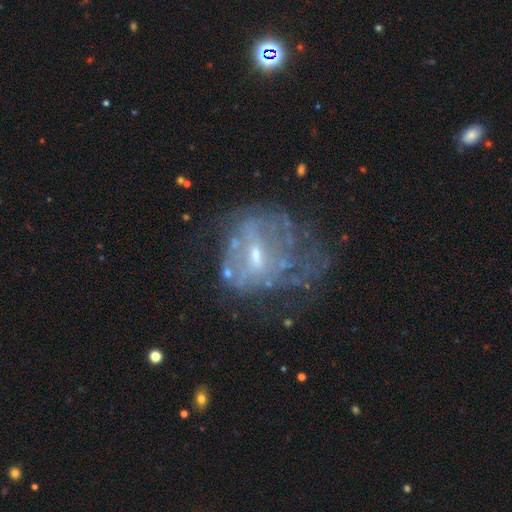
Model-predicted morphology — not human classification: Q: Smooth or featured?
A: featured or disk (68%); runner-up: smooth (18%)
Q: Edge-on disk?
A: no (97%); runner-up: yes (3%)
Q: Bar?
A: no (45%); runner-up: weak (43%)
Q: Spiral arms?
A: no (68%); runner-up: yes (32%)
Q: Bulge size?
A: small (56%); runner-up: moderate (32%)
Q: Merging?
A: none (37%); runner-up: major disturbance (35%)